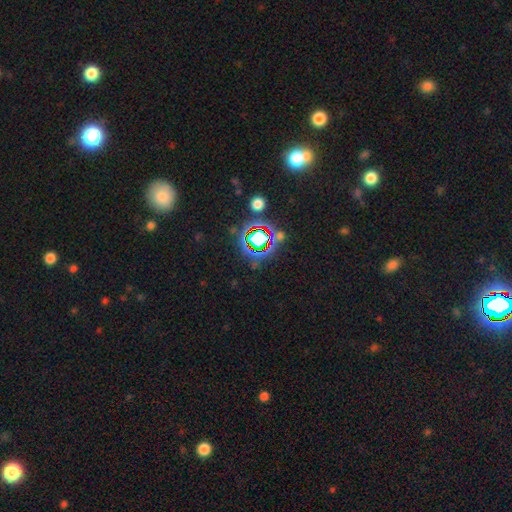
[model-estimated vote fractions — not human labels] Morphology: type=star or artifact (77%).